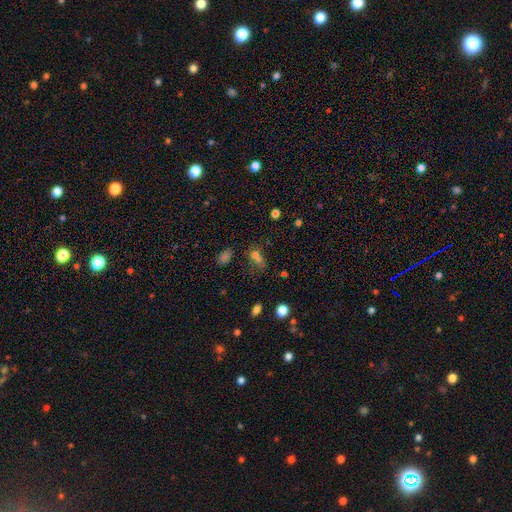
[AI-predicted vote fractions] Smooth or featured?
  - smooth: 63% *
  - star or artifact: 22%
  - featured or disk: 14%
How rounded?
  - round: 52% *
  - in between: 45%
  - cigar-shaped: 4%
Merging?
  - merger: 47% *
  - none: 34%
  - minor disturbance: 11%
  - major disturbance: 8%